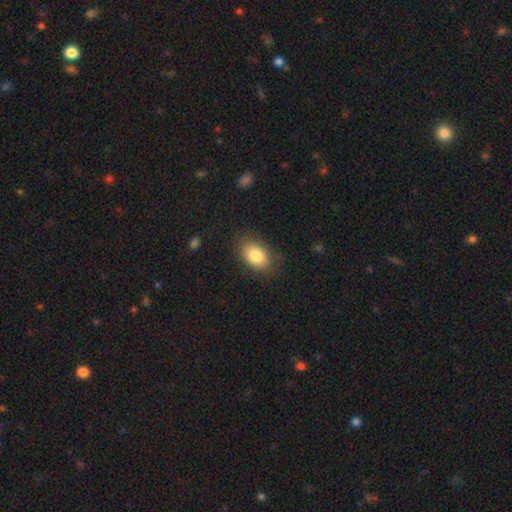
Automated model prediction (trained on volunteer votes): smooth 84%, featured or disk 8%, star or artifact 7%. Down the decision tree: how rounded — in between (86%); merging — none (82%).